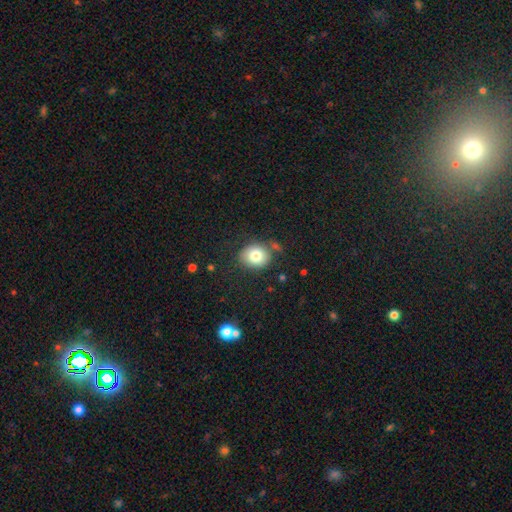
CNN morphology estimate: smooth 79%, featured or disk 11%, star or artifact 10%. Down the decision tree: how rounded — round (67%); merging — none (76%).